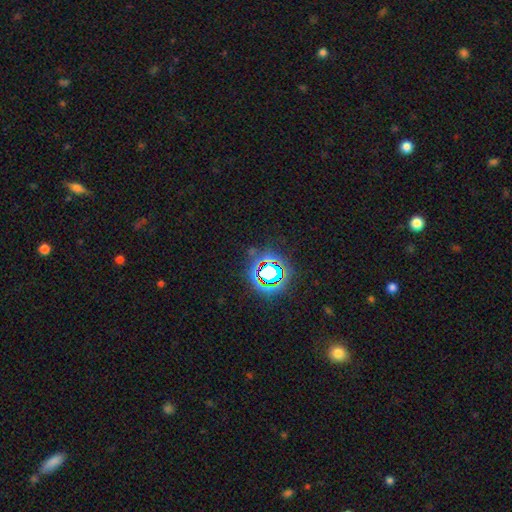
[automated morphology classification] Q: Smooth or featured?
A: star or artifact (79%); runner-up: smooth (14%)